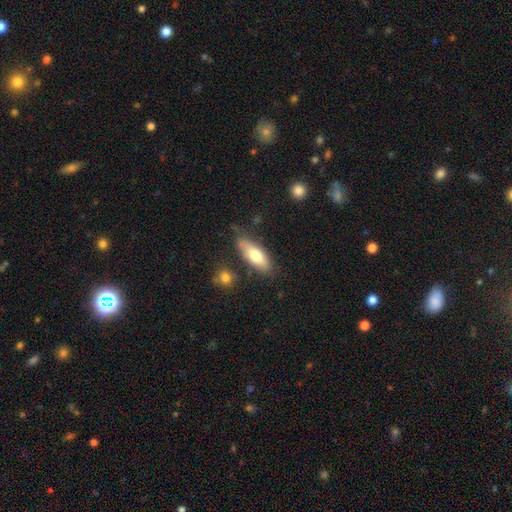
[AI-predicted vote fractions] Overall: smooth (72%). How rounded: in between (66%; cigar-shaped 32%). Merging: none (70%).